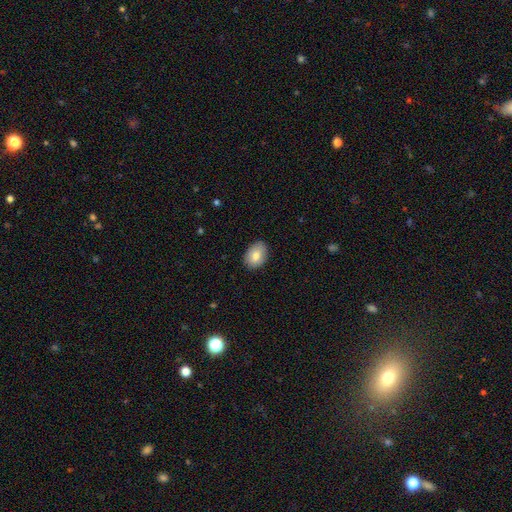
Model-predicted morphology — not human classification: Q: Smooth or featured?
A: smooth (80%); runner-up: featured or disk (13%)
Q: How rounded?
A: in between (80%); runner-up: round (19%)
Q: Merging?
A: none (87%); runner-up: minor disturbance (10%)